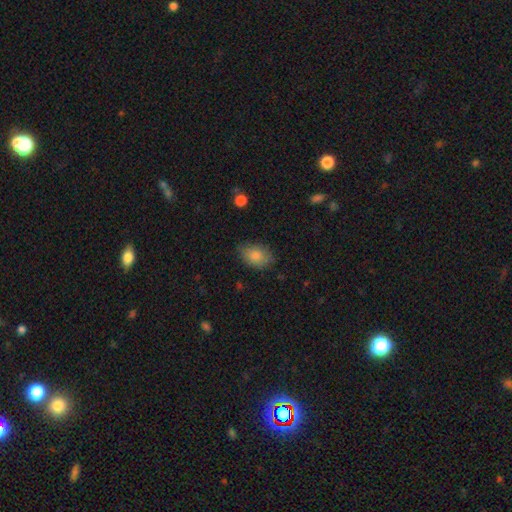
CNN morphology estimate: The model was most divided on "merging": none: 74%, minor disturbance: 20%, major disturbance: 4%, merger: 1%. More confident: smooth or featured — smooth (85%); how rounded — in between (83%).